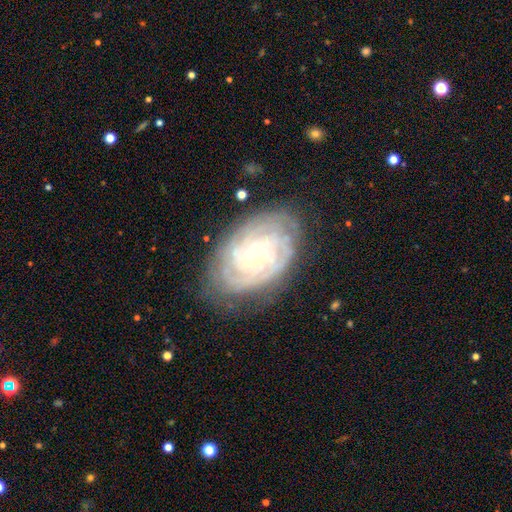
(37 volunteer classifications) A featured or disk galaxy (89%) with no bar (76%), 4 (33%) tight (94%) spiral arms (100%) and a small central bulge (85%).

Vote fractions:
- Smooth or featured? featured or disk: 89% / smooth: 8% / star or artifact: 3%
- Edge-on disk? no: 100% / yes: 0%
- Bar? no: 76% / weak: 15% / strong: 9%
- Spiral arms? yes: 100% / no: 0%
- Spiral winding? tight: 94% / medium: 6% / loose: 0%
- Spiral arm count? 4: 33% / can't tell: 27% / more than 4: 21% / 3: 12% / 2: 6% / 1: 0%
- Bulge size? small: 85% / moderate: 9% / dominant: 3% / none: 3% / large: 0%
- Merging? none: 86% / minor disturbance: 11% / major disturbance: 3% / merger: 0%